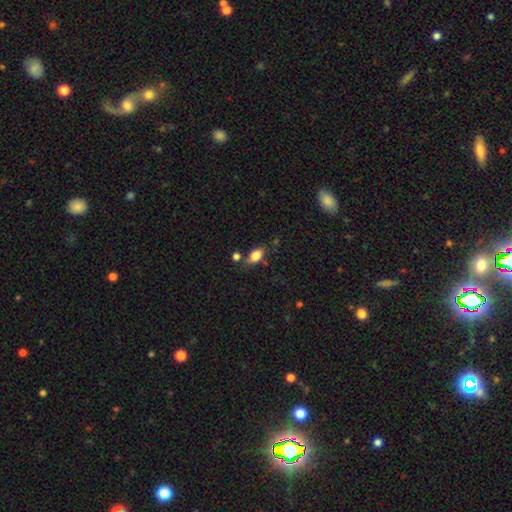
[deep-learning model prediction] This is clearly a smooth galaxy (83%). How rounded: clearly in between (88%). Merging: likely none (68%).